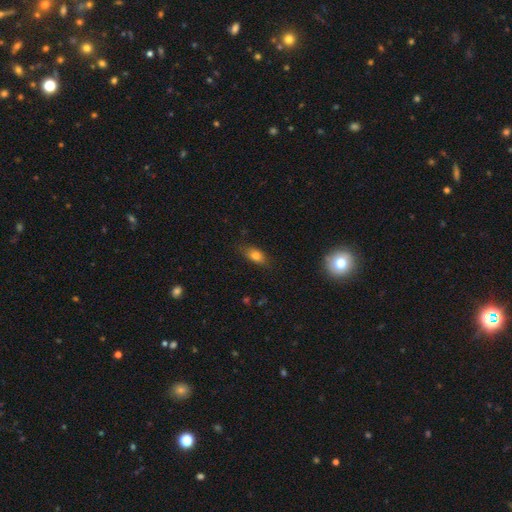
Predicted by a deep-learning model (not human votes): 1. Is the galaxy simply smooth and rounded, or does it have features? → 76% smooth, 14% featured or disk, 10% star or artifact.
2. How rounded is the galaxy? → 81% in between, 10% cigar-shaped, 9% round.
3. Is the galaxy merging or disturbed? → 76% none, 18% minor disturbance, 4% major disturbance, 1% merger.